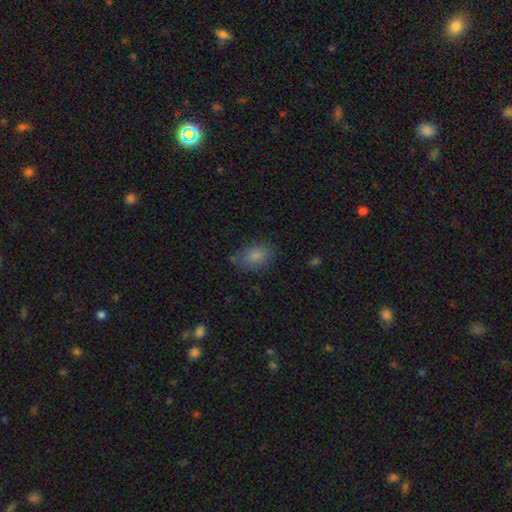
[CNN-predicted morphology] Smooth or featured: smooth — 84% (star or artifact — 9%)
How rounded: in between — 84% (round — 14%)
Merging: none — 75% (minor disturbance — 17%)